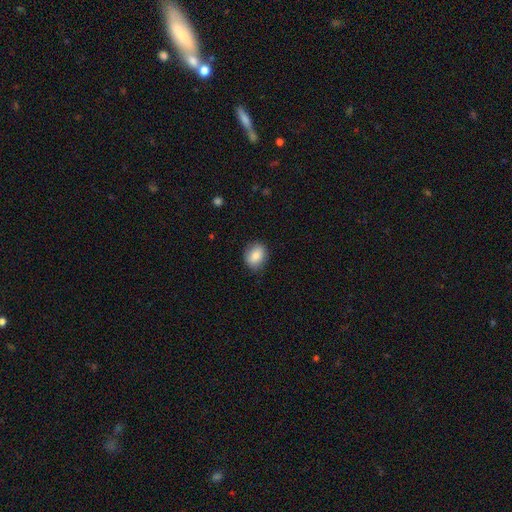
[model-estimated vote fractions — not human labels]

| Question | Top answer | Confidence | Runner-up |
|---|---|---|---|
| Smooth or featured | smooth | 83% | featured or disk (9%) |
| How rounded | in between | 56% | round (43%) |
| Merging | none | 84% | minor disturbance (12%) |